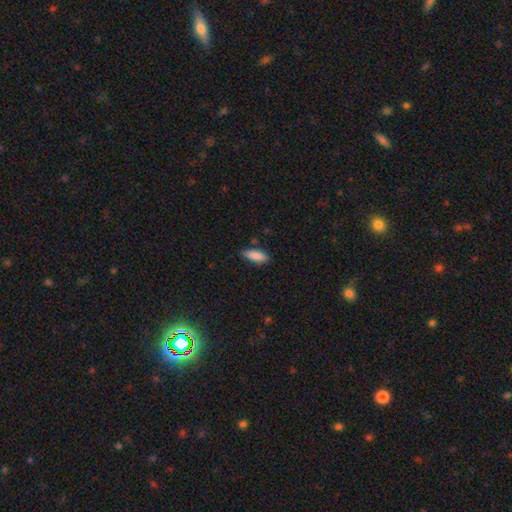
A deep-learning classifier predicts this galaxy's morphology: This appears to be a smooth galaxy with no disk features (86%) that is in between round and cigar-shaped (64%). Merging: none (78%).